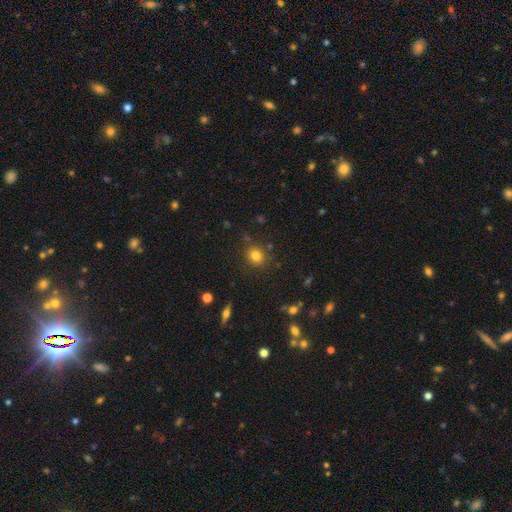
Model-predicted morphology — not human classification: Smooth or featured? Predicted: smooth (p=0.79). How rounded? Predicted: round (p=0.78). Merging? Predicted: none (p=0.82).